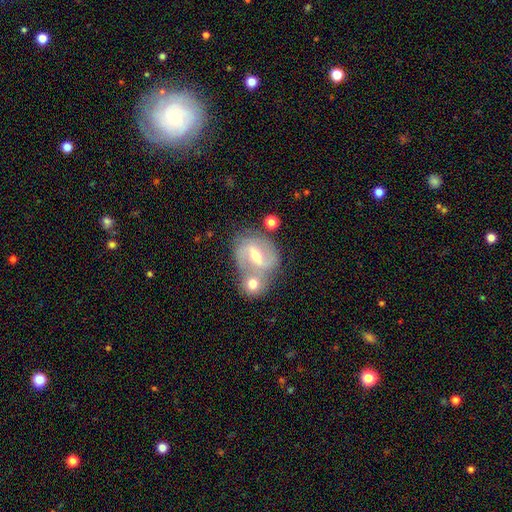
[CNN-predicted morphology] Smooth or featured?
  - featured or disk: 76% *
  - smooth: 17%
  - star or artifact: 7%
Edge-on disk?
  - no: 97% *
  - yes: 3%
Bar?
  - weak: 48% *
  - strong: 37%
  - no: 16%
Spiral arms?
  - yes: 89% *
  - no: 11%
Spiral winding?
  - medium: 52% *
  - loose: 25%
  - tight: 24%
Spiral arm count?
  - 2: 84% *
  - can't tell: 8%
  - 3: 3%
  - 1: 3%
  - 4: 1%
  - more than 4: 1%
Bulge size?
  - moderate: 64% *
  - small: 31%
  - large: 3%
  - none: 1%
  - dominant: 1%
Merging?
  - none: 42% *
  - merger: 40%
  - minor disturbance: 13%
  - major disturbance: 5%